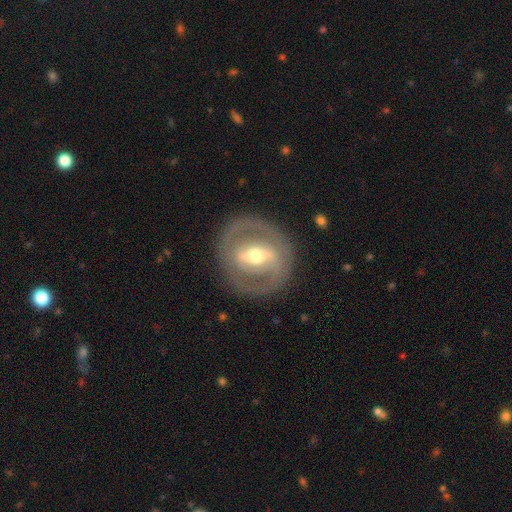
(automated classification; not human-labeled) featured or disk 73%, smooth 22%, star or artifact 5%. Down the decision tree: edge-on disk — no (92%); bar — strong (58%); spiral arms — no (64%); bulge size — moderate (65%); merging — none (84%).